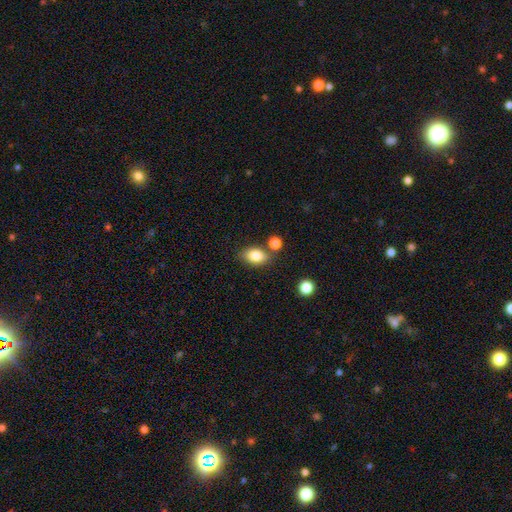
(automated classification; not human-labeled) This appears to be a smooth galaxy with no disk features (84%) that is in between round and cigar-shaped (82%). Merging: none (71%).